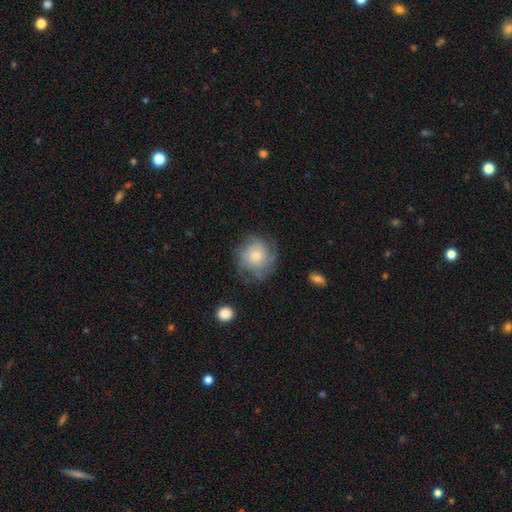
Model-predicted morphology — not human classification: Q: Smooth or featured?
A: featured or disk (55%); runner-up: smooth (37%)
Q: Edge-on disk?
A: no (97%); runner-up: yes (3%)
Q: Bar?
A: no (79%); runner-up: weak (18%)
Q: Spiral arms?
A: yes (85%); runner-up: no (15%)
Q: Bulge size?
A: moderate (47%); runner-up: small (40%)
Q: Merging?
A: none (67%); runner-up: minor disturbance (20%)